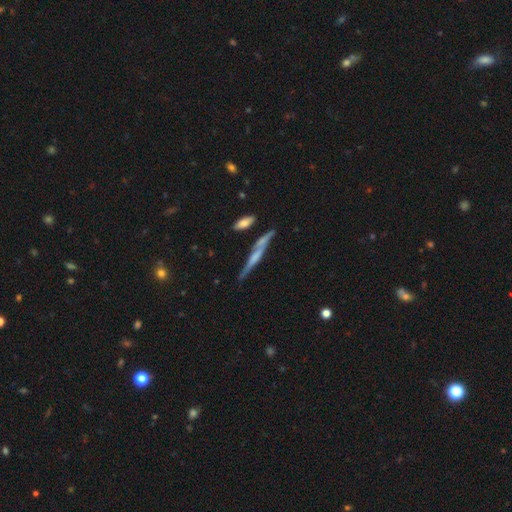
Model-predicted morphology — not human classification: A featured or disk galaxy (59%) viewed edge-on (92%) with no central bulge (43%).

Vote fractions:
- Smooth or featured? featured or disk: 59% / smooth: 34% / star or artifact: 7%
- Edge-on disk? yes: 92% / no: 8%
- Edge-on bulge? none: 43% / rounded: 33% / boxy: 24%
- Merging? none: 66% / minor disturbance: 18% / merger: 12% / major disturbance: 5%